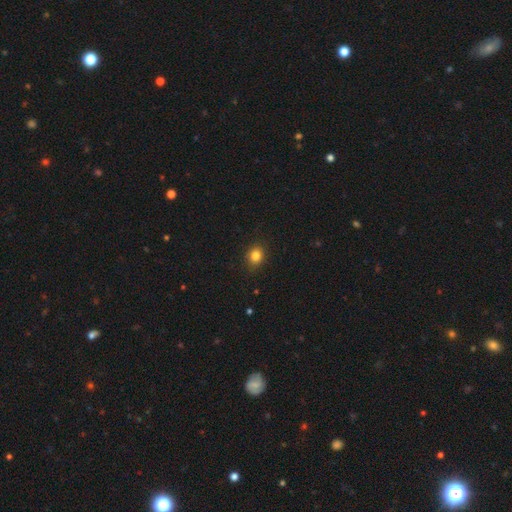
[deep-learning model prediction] Q: Smooth or featured?
A: smooth (83%); runner-up: star or artifact (12%)
Q: How rounded?
A: round (66%); runner-up: in between (33%)
Q: Merging?
A: none (88%); runner-up: minor disturbance (9%)